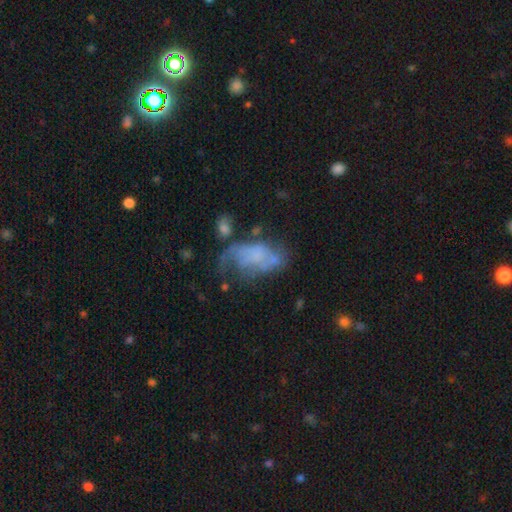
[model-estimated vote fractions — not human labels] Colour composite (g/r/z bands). It shows a featured or disk galaxy (52%). Merging: major disturbance (39%).